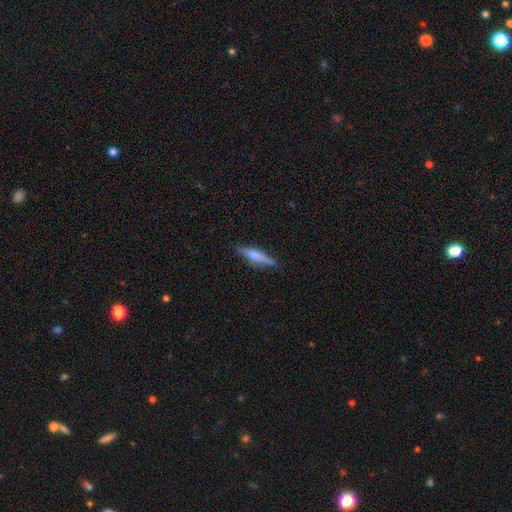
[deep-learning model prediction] The model was most divided on "smooth or featured": smooth: 55%, featured or disk: 39%, star or artifact: 6%. More confident: how rounded — cigar-shaped (86%); merging — none (85%).